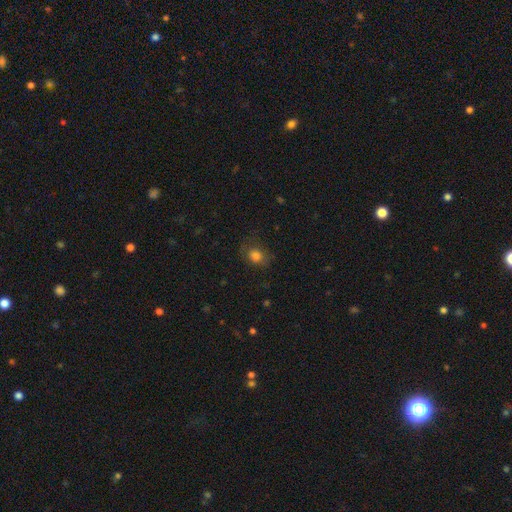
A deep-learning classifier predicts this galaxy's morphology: Smooth or featured?
  - smooth: 77% *
  - star or artifact: 13%
  - featured or disk: 10%
How rounded?
  - round: 53% *
  - in between: 46%
  - cigar-shaped: 1%
Merging?
  - none: 67% *
  - minor disturbance: 20%
  - major disturbance: 12%
  - merger: 1%